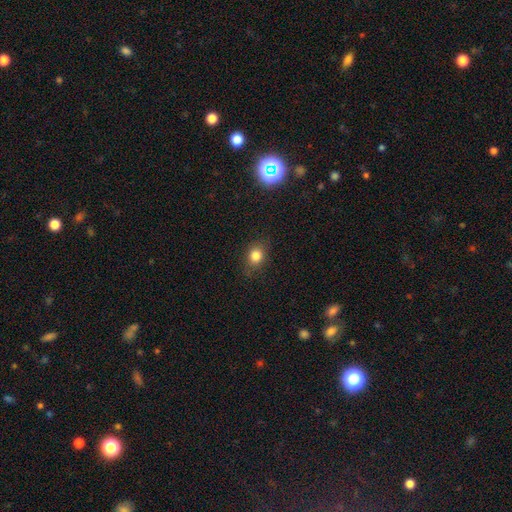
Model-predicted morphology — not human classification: Smooth or featured: smooth — 81% (star or artifact — 12%)
How rounded: round — 57% (in between — 42%)
Merging: none — 82% (minor disturbance — 13%)